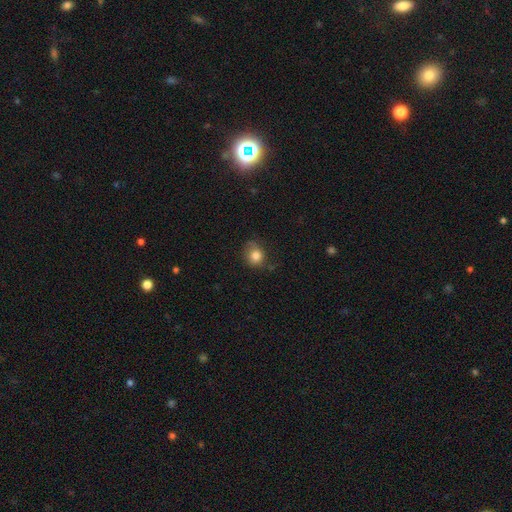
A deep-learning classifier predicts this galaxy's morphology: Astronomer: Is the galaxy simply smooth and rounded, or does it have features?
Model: smooth — 82%.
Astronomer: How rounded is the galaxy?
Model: round — 67%.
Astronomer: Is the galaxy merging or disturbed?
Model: none — 63%.